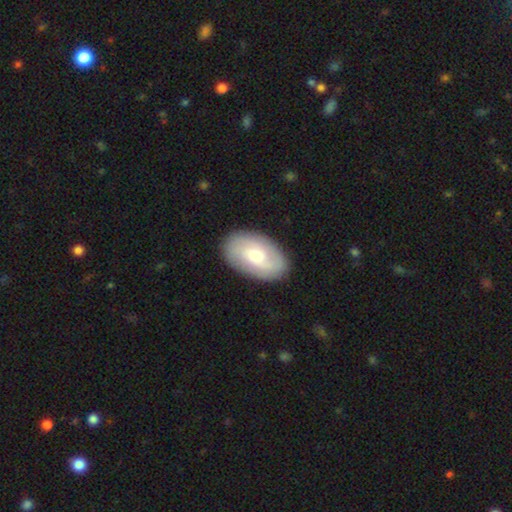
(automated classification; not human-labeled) smooth_or_featured: smooth (p=0.50) [alt: featured or disk p=0.44]
merging: none (p=0.87) [alt: minor disturbance p=0.10]